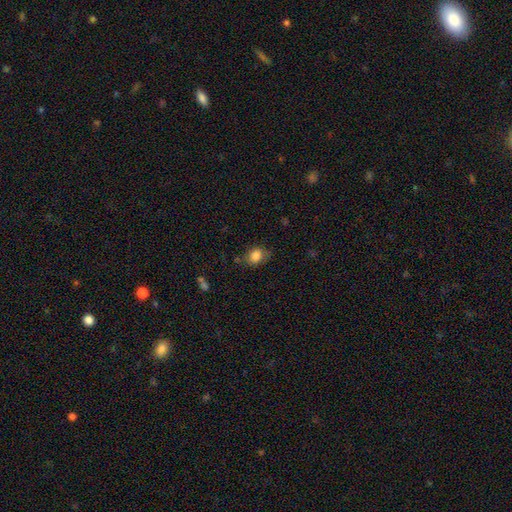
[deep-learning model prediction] This is clearly a smooth galaxy (83%). How rounded: possibly in between (56%). Merging: likely none (68%).